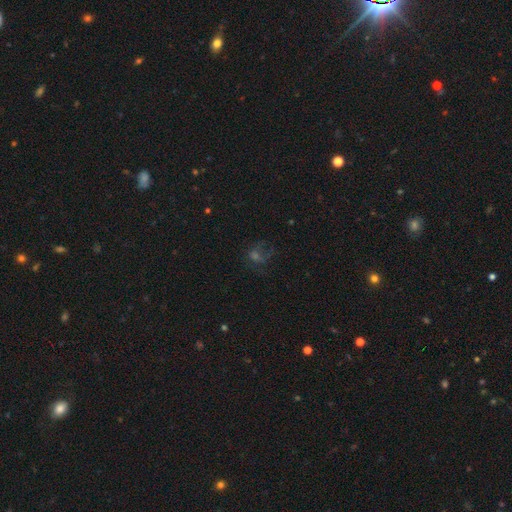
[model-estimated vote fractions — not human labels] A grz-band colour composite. It shows a star or artifact, not a galaxy (37%).